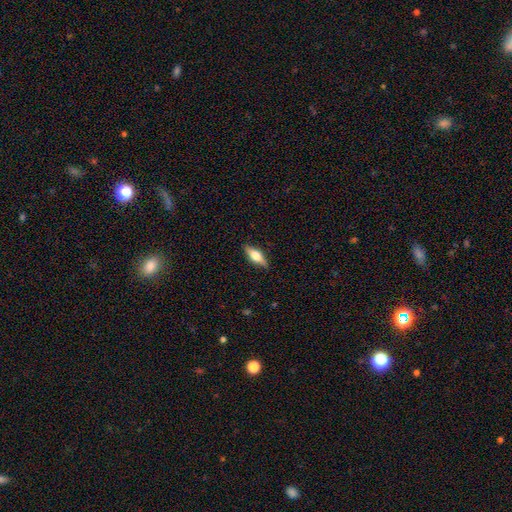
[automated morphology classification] type=featured or disk (47%); merging=none (87%).